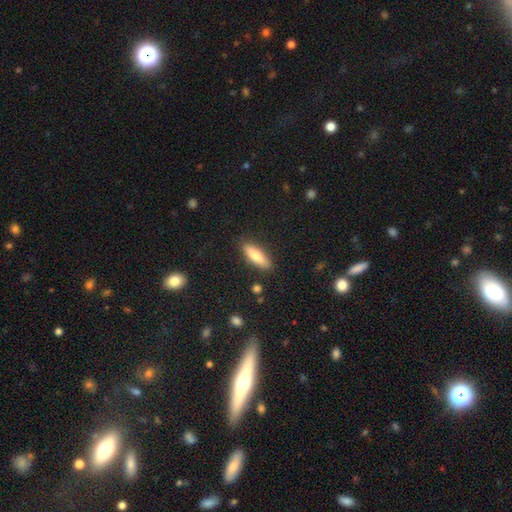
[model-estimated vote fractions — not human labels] smooth 79%, featured or disk 14%, star or artifact 6%. Down the decision tree: how rounded — in between (49%, tied with cigar-shaped); merging — none (86%).